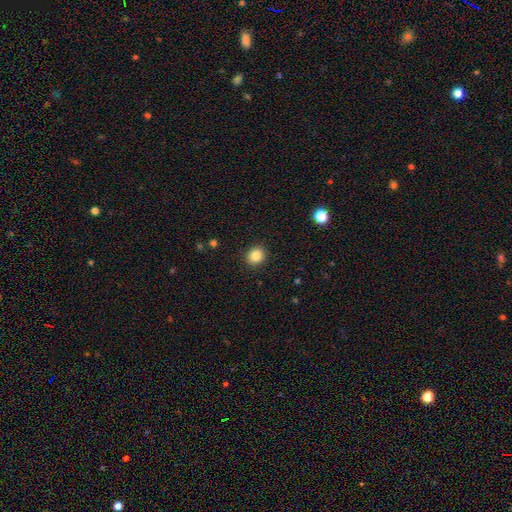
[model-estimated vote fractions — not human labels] Morphology: type=smooth (85%); roundness=round (75%); merging=none (91%).